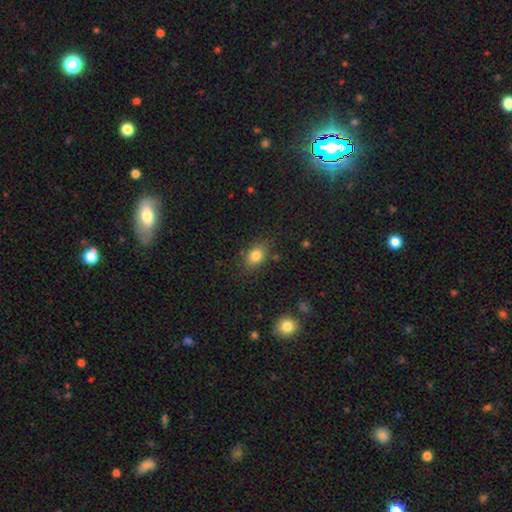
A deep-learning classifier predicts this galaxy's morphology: smooth-or-featured: smooth: 80% | star or artifact: 11% | featured or disk: 9%
  how-rounded: in between: 76% | round: 21% | cigar-shaped: 3%
  merging: none: 80% | minor disturbance: 14% | major disturbance: 4% | merger: 2%